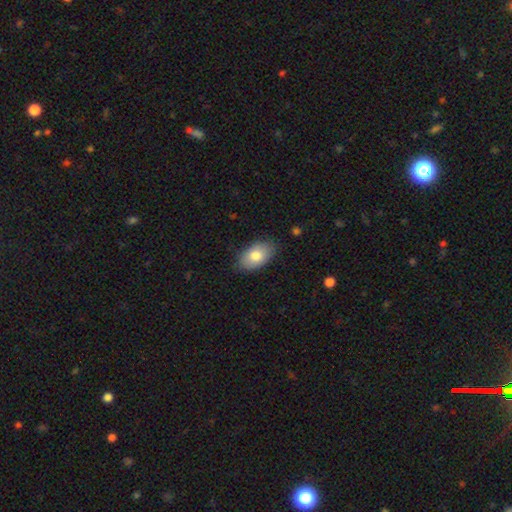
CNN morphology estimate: type=smooth (79%); roundness=in between (92%); merging=none (83%).